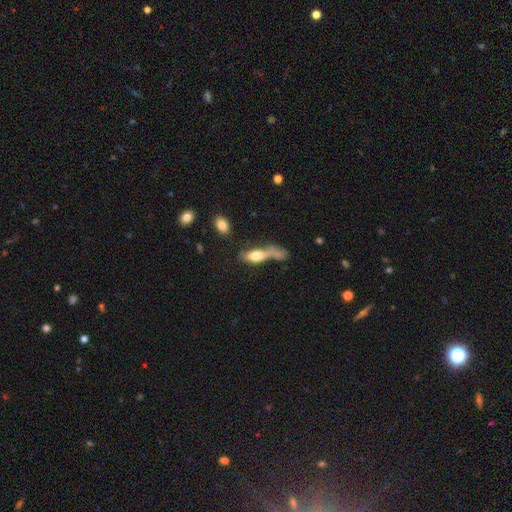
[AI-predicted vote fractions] smooth 64%, featured or disk 27%, star or artifact 9%. Down the decision tree: how rounded — in between (59%); merging — merger (32%).